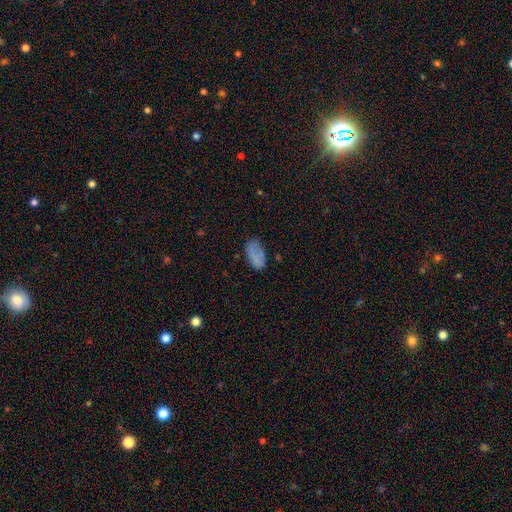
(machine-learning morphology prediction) Smooth or featured? Predicted: smooth (p=0.77). How rounded? Predicted: in between (p=0.93). Merging? Predicted: none (p=0.63).